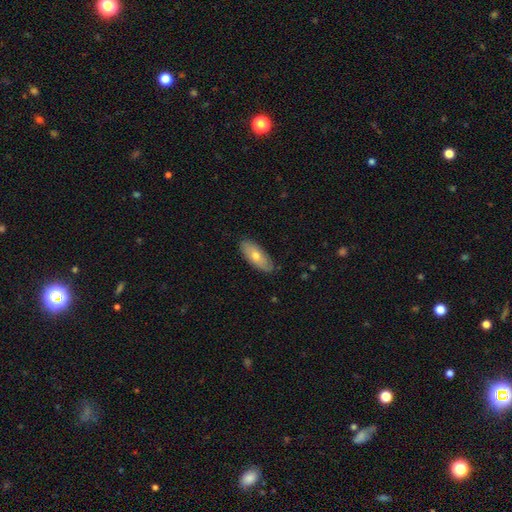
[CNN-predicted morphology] Smooth or featured?
  - smooth: 64% *
  - featured or disk: 30%
  - star or artifact: 6%
How rounded?
  - in between: 76% *
  - cigar-shaped: 22%
  - round: 3%
Merging?
  - none: 86% *
  - minor disturbance: 11%
  - major disturbance: 2%
  - merger: 1%